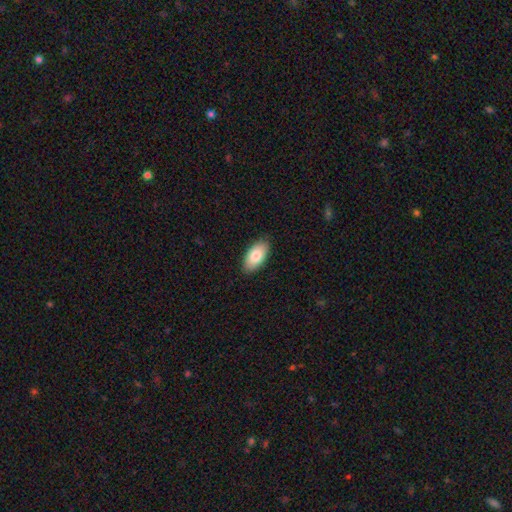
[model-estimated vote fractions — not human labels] This is clearly a smooth galaxy (83%). How rounded: clearly in between (95%). Merging: clearly none (88%).